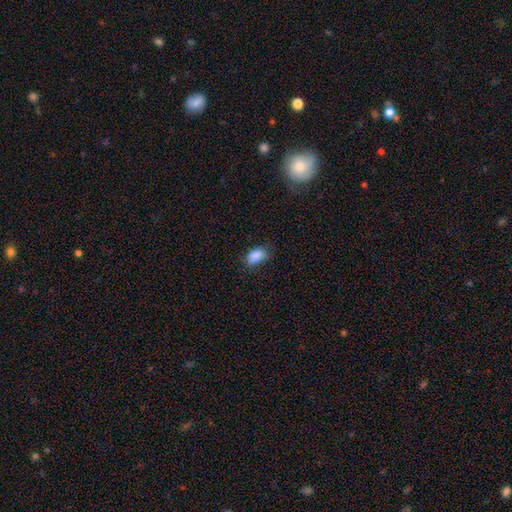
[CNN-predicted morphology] Q: Smooth or featured?
A: smooth (86%); runner-up: star or artifact (9%)
Q: How rounded?
A: in between (90%); runner-up: round (8%)
Q: Merging?
A: none (63%); runner-up: minor disturbance (28%)